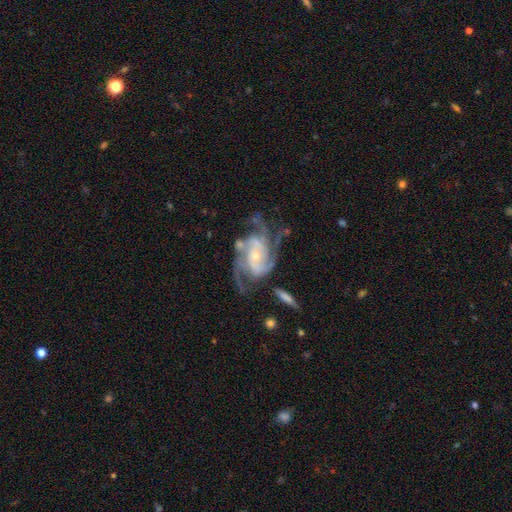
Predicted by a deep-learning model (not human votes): Smooth or featured? featured or disk (91%)
Edge-on disk? no (97%)
Bar? no (57%)
Spiral arms? yes (97%)
Spiral winding? medium (48%)
Spiral arm count? 3 (31%, tied with 2)
Bulge size? small (69%)
Merging? none (57%)